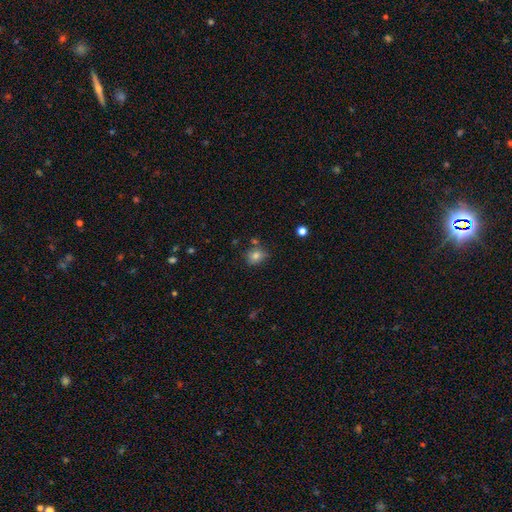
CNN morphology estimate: The model was most divided on "how rounded": round: 66%, in between: 33%, cigar-shaped: 1%. More confident: smooth or featured — smooth (79%); merging — none (72%).